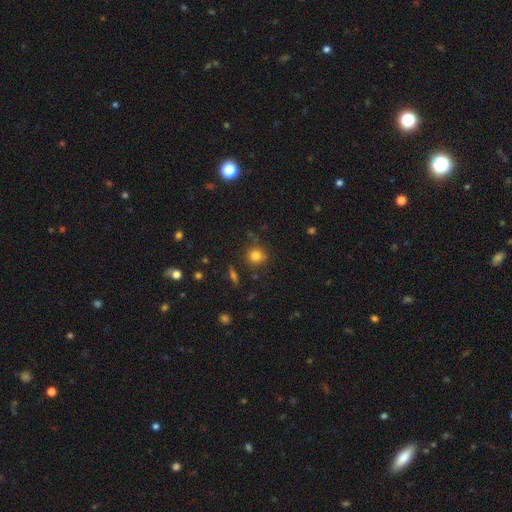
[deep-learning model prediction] Smooth or featured: smooth — 80% (star or artifact — 13%)
How rounded: round — 88% (in between — 11%)
Merging: none — 79% (minor disturbance — 13%)